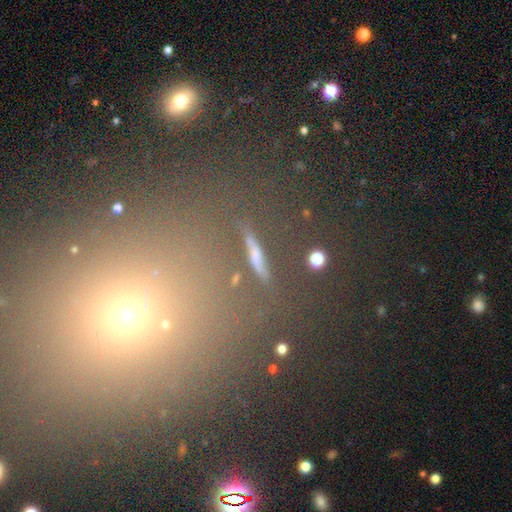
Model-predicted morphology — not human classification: This appears to be a smooth galaxy with no disk features (43%). Merging: none (79%).